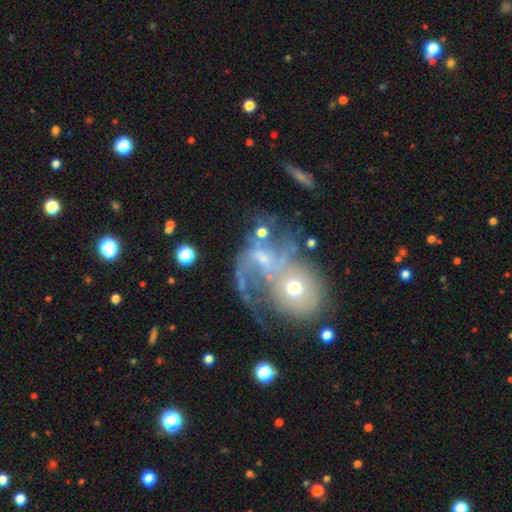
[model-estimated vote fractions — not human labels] Overall: featured or disk (65%). Edge-on disk: no (96%). Bar: no (70%). Spiral arms: yes (60%; no 40%). Bulge size: moderate (43%; small 42%). Merging: merger (49%; major disturbance 25%).